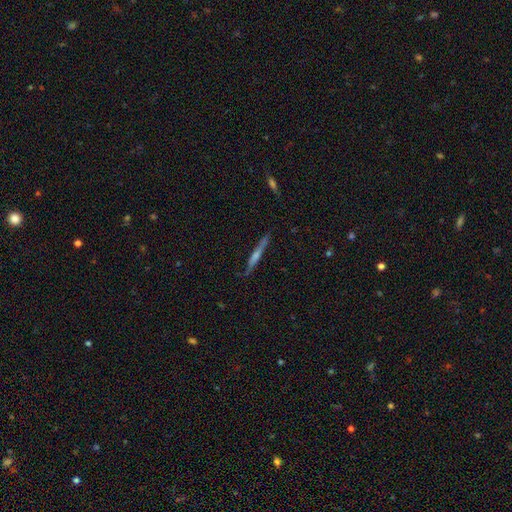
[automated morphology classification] This appears to be a featured or disk galaxy (65%) viewed edge-on (96%) with a rounded central bulge (62%). Merging: none (87%).